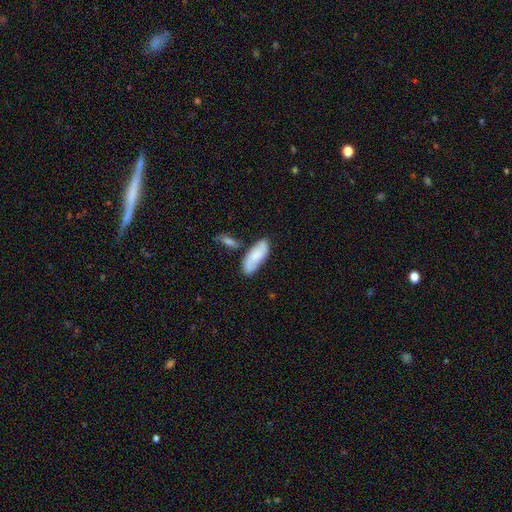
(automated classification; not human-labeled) This is likely a smooth galaxy (63%). How rounded: likely in between (76%). Merging: likely none (65%).